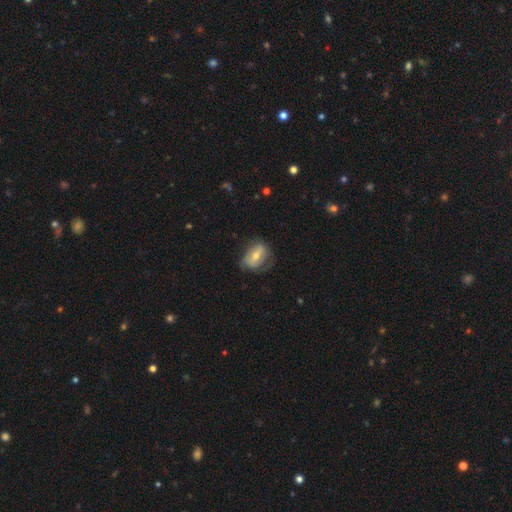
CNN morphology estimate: A featured or disk galaxy (52%).

Vote fractions:
- Smooth or featured? featured or disk: 52% / smooth: 39% / star or artifact: 9%
- Edge-on disk? no: 93% / yes: 7%
- Merging? none: 57% / minor disturbance: 27% / major disturbance: 14% / merger: 1%